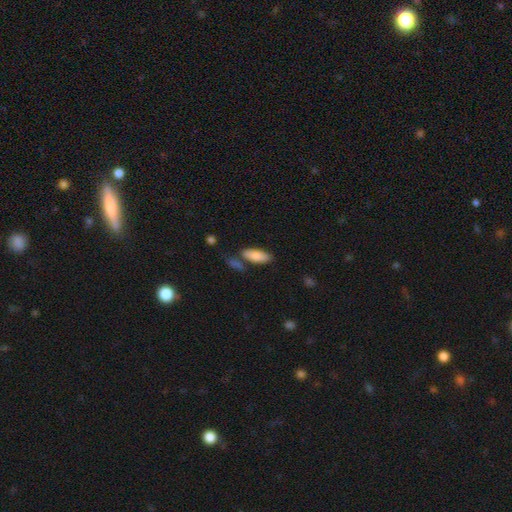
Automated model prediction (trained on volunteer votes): Smooth or featured? smooth (85%)
How rounded? in between (78%)
Merging? none (71%)